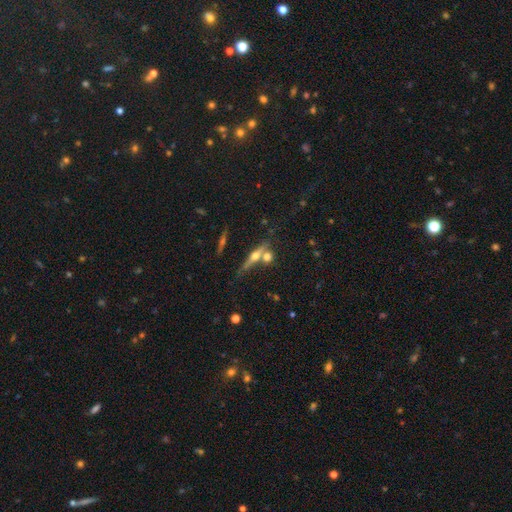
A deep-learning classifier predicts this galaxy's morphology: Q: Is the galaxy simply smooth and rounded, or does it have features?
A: featured or disk — 65%.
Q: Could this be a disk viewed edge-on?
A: yes — 93%.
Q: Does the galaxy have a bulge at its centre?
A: rounded — 94%.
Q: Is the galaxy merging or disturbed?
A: none — 62%.